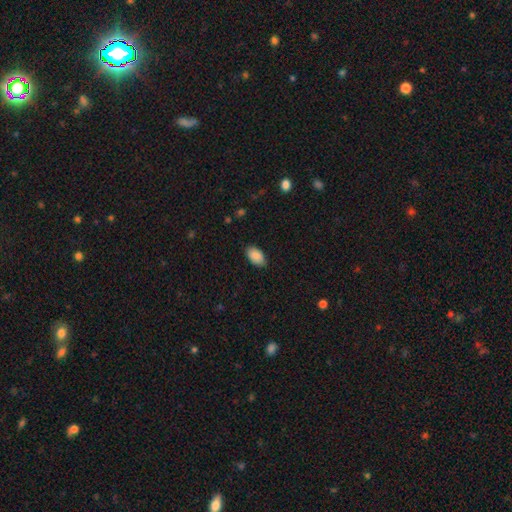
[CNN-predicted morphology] The model was most divided on "merging": none: 85%, minor disturbance: 11%, major disturbance: 2%, merger: 1%. More confident: how rounded — in between (94%); smooth or featured — smooth (89%).